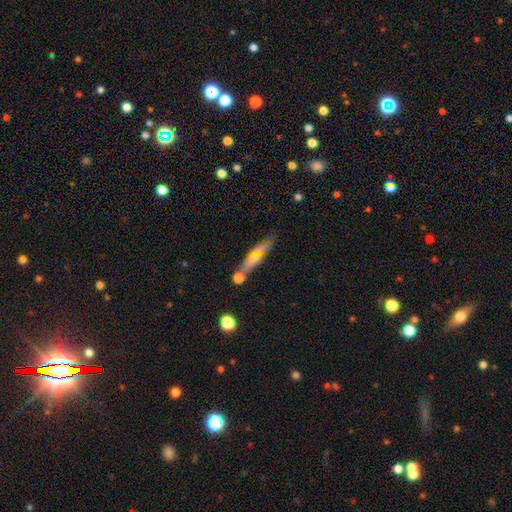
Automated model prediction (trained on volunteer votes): Morphology: type=smooth (57%); roundness=cigar-shaped (73%); merging=none (64%).